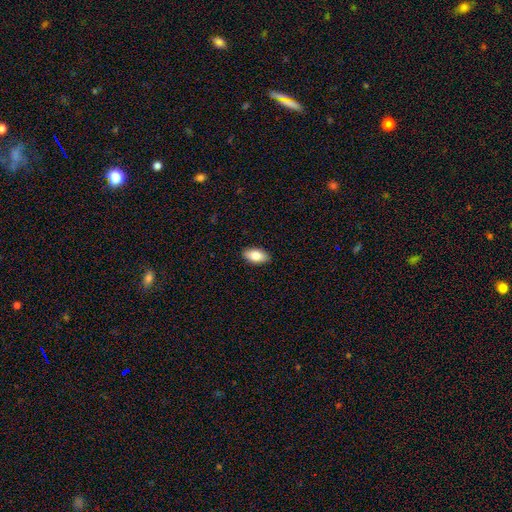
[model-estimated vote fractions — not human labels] Q: Smooth or featured?
A: smooth (80%); runner-up: featured or disk (13%)
Q: How rounded?
A: in between (92%); runner-up: cigar-shaped (5%)
Q: Merging?
A: none (90%); runner-up: minor disturbance (8%)